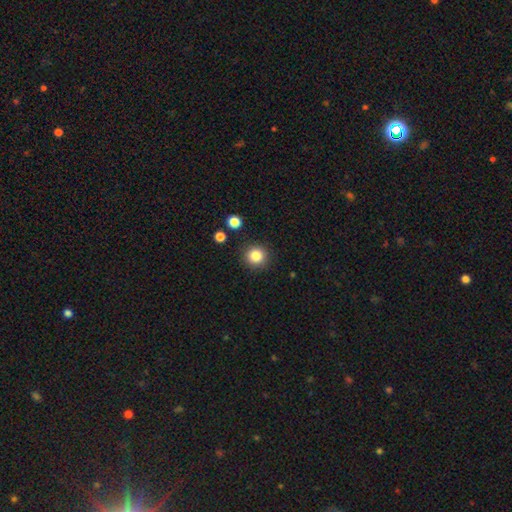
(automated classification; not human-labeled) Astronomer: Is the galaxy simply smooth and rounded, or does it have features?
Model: smooth — 84%.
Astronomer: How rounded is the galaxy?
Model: round — 93%.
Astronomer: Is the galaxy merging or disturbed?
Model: none — 90%.